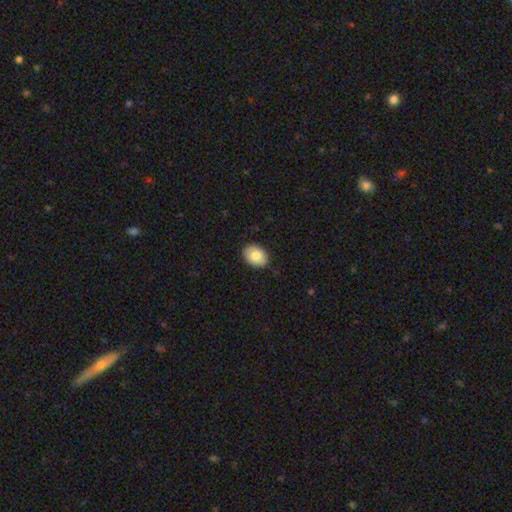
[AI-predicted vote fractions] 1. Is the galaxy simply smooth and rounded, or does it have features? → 82% smooth, 11% featured or disk, 7% star or artifact.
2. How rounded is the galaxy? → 75% in between, 24% round, 1% cigar-shaped.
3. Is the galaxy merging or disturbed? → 85% none, 12% minor disturbance, 2% major disturbance, 1% merger.